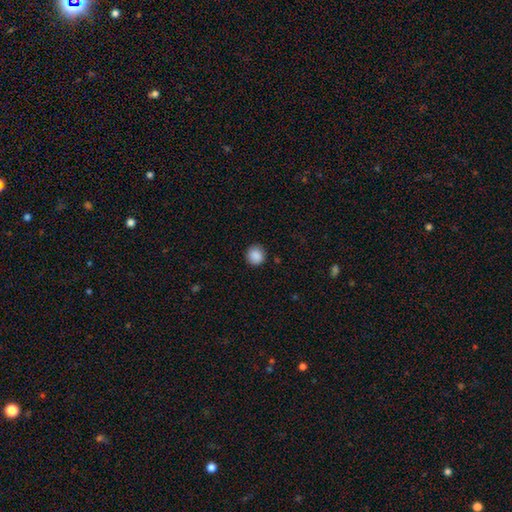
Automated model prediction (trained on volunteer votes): The model was most divided on "how rounded": round: 89%, in between: 11%, cigar-shaped: 1%. More confident: smooth or featured — smooth (89%); merging — none (88%).